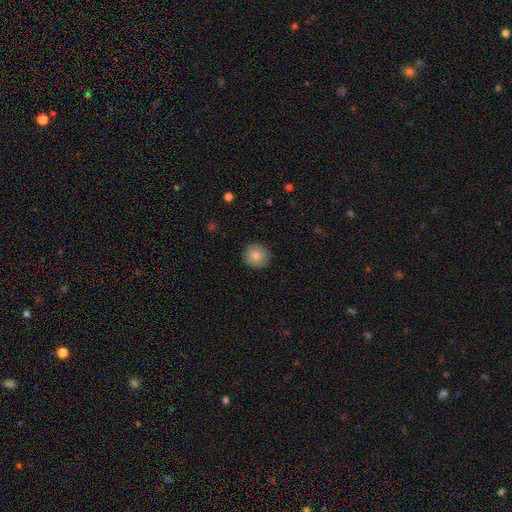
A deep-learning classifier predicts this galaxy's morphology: This is clearly a smooth galaxy (85%). How rounded: clearly round (93%). Merging: clearly none (91%).